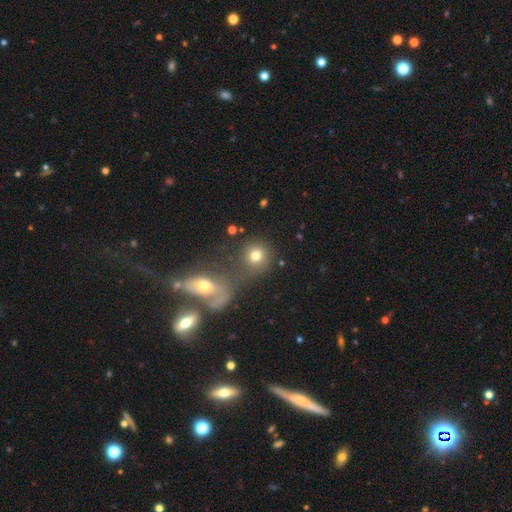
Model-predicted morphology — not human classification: smooth 74%, star or artifact 13%, featured or disk 13%. Down the decision tree: how rounded — round (85%); merging — none (51%).